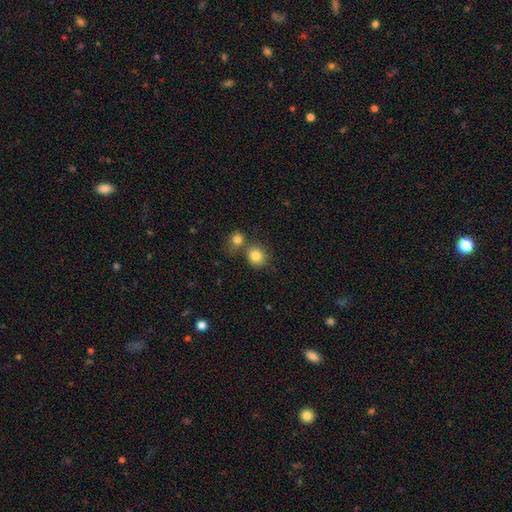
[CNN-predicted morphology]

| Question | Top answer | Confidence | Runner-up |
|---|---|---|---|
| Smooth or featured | smooth | 82% | star or artifact (11%) |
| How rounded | round | 82% | in between (17%) |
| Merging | none | 57% | merger (30%) |